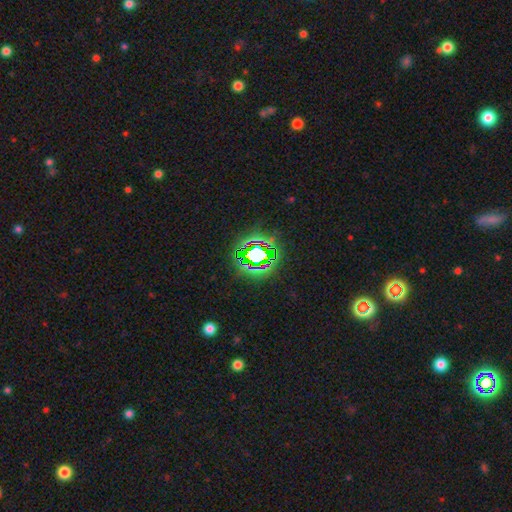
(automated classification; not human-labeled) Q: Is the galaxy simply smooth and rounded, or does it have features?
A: star or artifact — 68%.